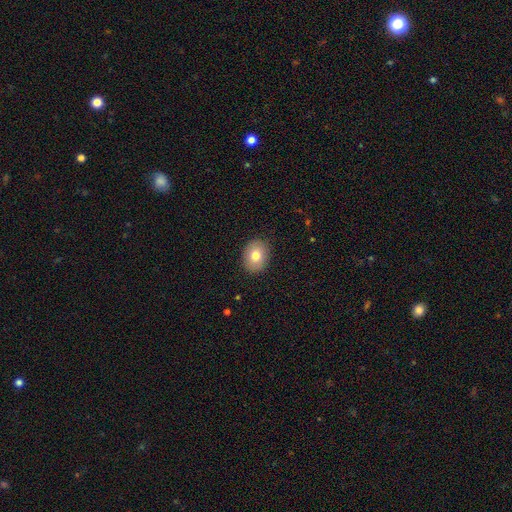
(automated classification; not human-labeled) smooth_or_featured: smooth (p=0.78) [alt: featured or disk p=0.14]
how_rounded: in between (p=0.59) [alt: round p=0.40]
merging: none (p=0.89) [alt: minor disturbance p=0.08]